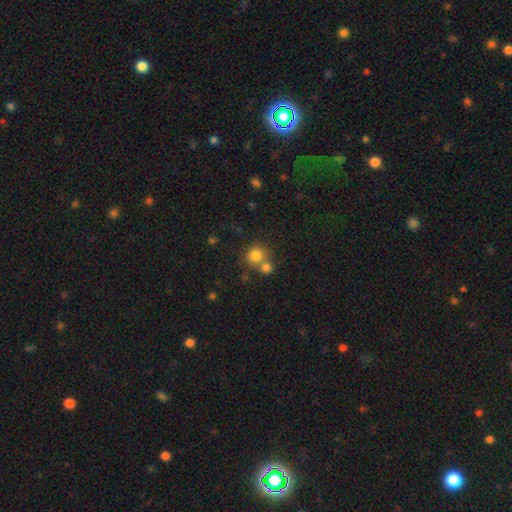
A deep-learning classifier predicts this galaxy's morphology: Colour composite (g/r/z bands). It shows a smooth galaxy with no disk features (81%) that is round (88%). Merging: none (55%).